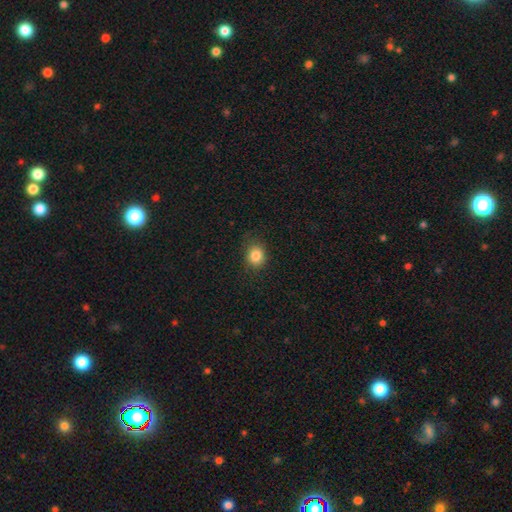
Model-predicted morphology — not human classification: The model was most divided on "how rounded": round: 70%, in between: 29%, cigar-shaped: 1%. More confident: smooth or featured — smooth (84%); merging — none (81%).